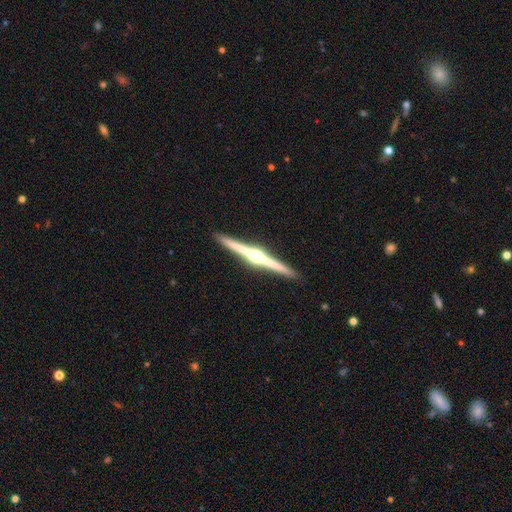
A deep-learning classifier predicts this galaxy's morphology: A featured or disk galaxy (87%) viewed edge-on (99%) with a rounded central bulge (93%). Merging: none (93%).